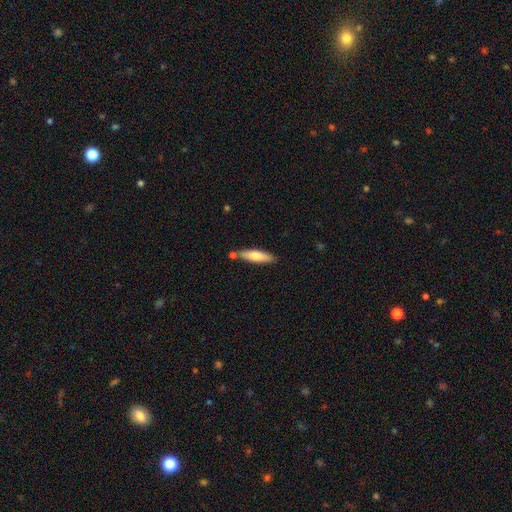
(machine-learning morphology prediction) The model was most divided on "smooth or featured": smooth: 68%, featured or disk: 27%, star or artifact: 5%. More confident: how rounded — cigar-shaped (74%); merging — none (74%).